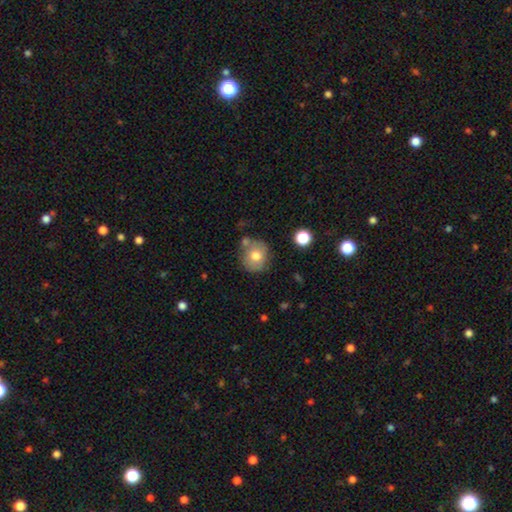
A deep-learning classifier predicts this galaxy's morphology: The model was most divided on "merging": none: 67%, minor disturbance: 16%, merger: 12%, major disturbance: 5%. More confident: how rounded — round (81%); smooth or featured — smooth (72%).